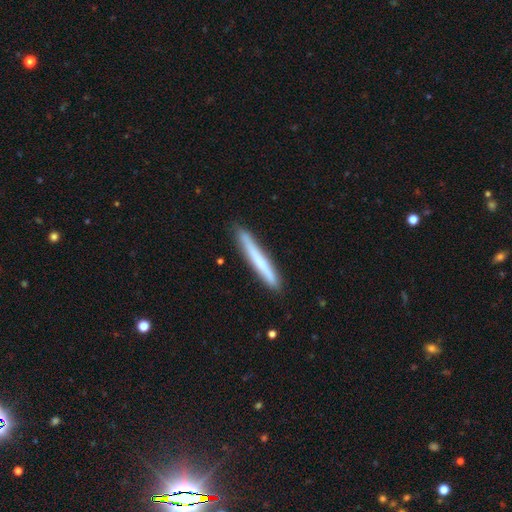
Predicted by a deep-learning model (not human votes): Smooth or featured? Predicted: smooth (p=0.61). How rounded? Predicted: cigar-shaped (p=0.97). Merging? Predicted: none (p=0.88).